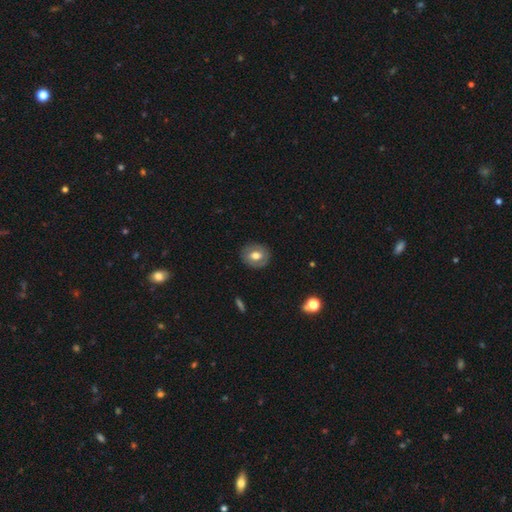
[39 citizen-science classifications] Q: Smooth or featured?
A: smooth (51%); runner-up: featured or disk (46%)
Q: How rounded?
A: round (70%); runner-up: in between (30%)
Q: Merging?
A: none (82%); runner-up: minor disturbance (11%)